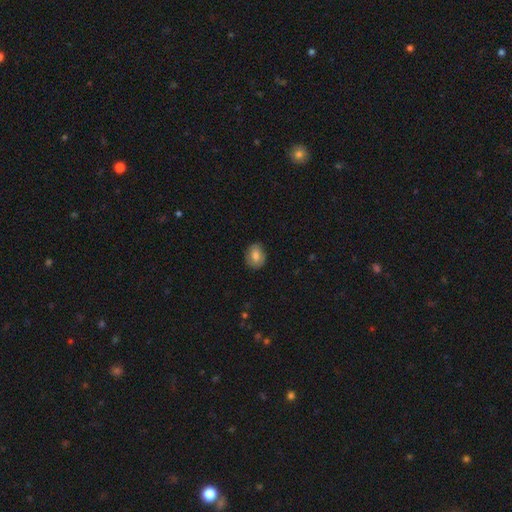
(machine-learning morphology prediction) Smooth or featured?
  - smooth: 72% *
  - featured or disk: 20%
  - star or artifact: 8%
How rounded?
  - round: 50% *
  - in between: 49%
  - cigar-shaped: 1%
Merging?
  - none: 84% *
  - minor disturbance: 13%
  - major disturbance: 3%
  - merger: 1%